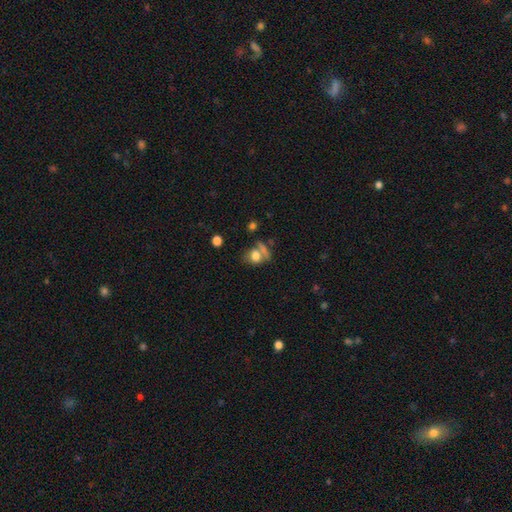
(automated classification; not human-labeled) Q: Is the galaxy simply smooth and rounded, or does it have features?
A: smooth — 71%.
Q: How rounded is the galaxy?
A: in between — 51%.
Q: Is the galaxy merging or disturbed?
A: none — 42%.